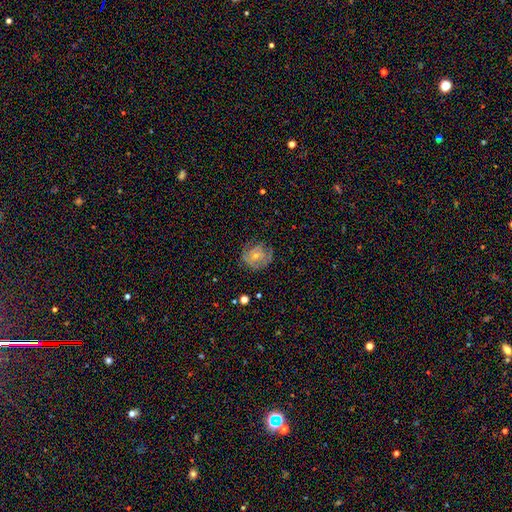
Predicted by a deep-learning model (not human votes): Q: Smooth or featured?
A: featured or disk (53%); runner-up: smooth (30%)
Q: Edge-on disk?
A: no (97%); runner-up: yes (3%)
Q: Bar?
A: no (81%); runner-up: weak (15%)
Q: Spiral arms?
A: yes (76%); runner-up: no (24%)
Q: Bulge size?
A: small (50%); runner-up: moderate (45%)
Q: Merging?
A: none (77%); runner-up: minor disturbance (16%)